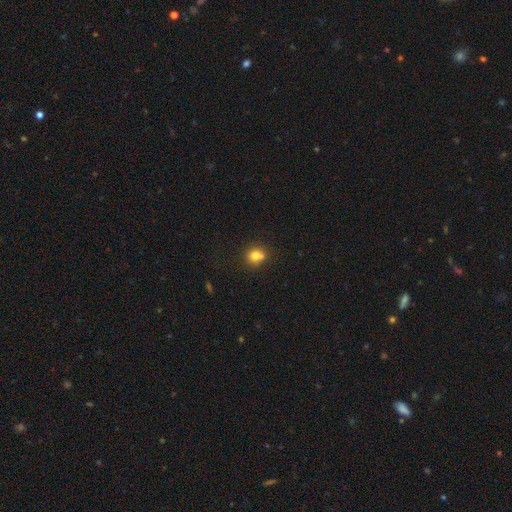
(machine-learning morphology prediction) Smooth or featured?
  - smooth: 77% *
  - star or artifact: 12%
  - featured or disk: 11%
How rounded?
  - round: 80% *
  - in between: 19%
  - cigar-shaped: 1%
Merging?
  - none: 59% *
  - merger: 24%
  - minor disturbance: 13%
  - major disturbance: 4%